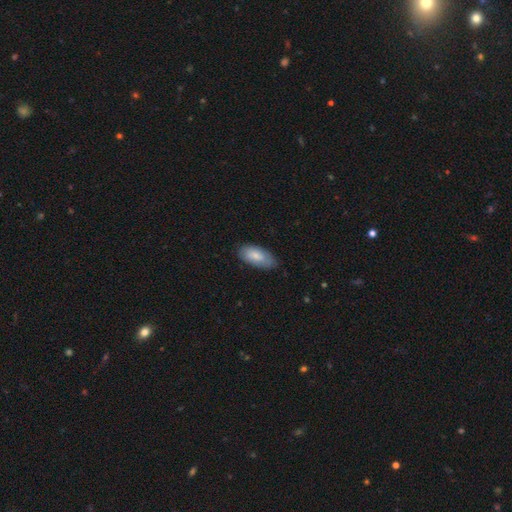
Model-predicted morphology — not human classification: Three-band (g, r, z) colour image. It shows a smooth galaxy with no disk features (78%) that is in between round and cigar-shaped (91%). Merging: none (77%).